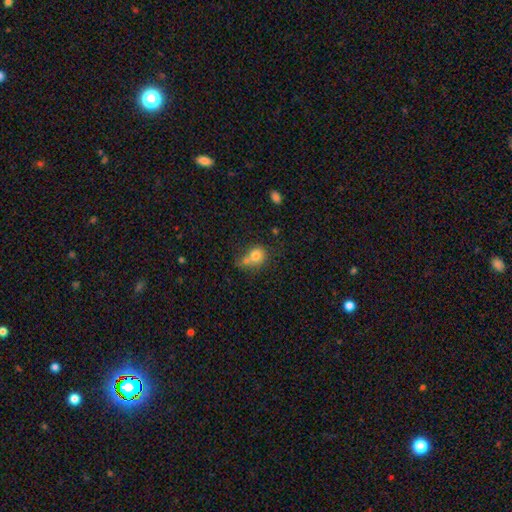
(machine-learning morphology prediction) smooth_or_featured: smooth (p=0.76) [alt: featured or disk p=0.13]
how_rounded: round (p=0.64) [alt: in between p=0.35]
merging: merger (p=0.43) [alt: none p=0.36]